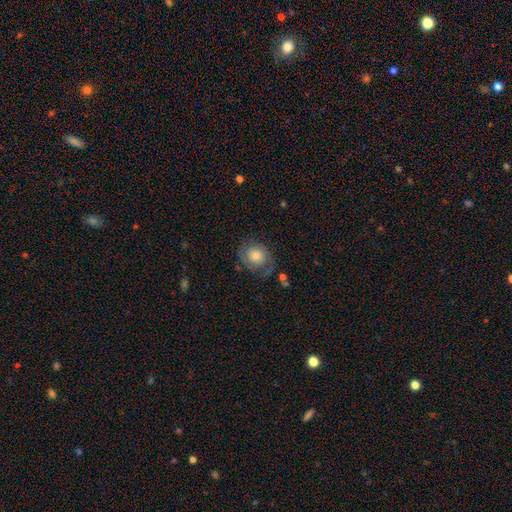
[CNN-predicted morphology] featured or disk 48%, smooth 43%, star or artifact 9%. Down the decision tree: merging — none (64%).